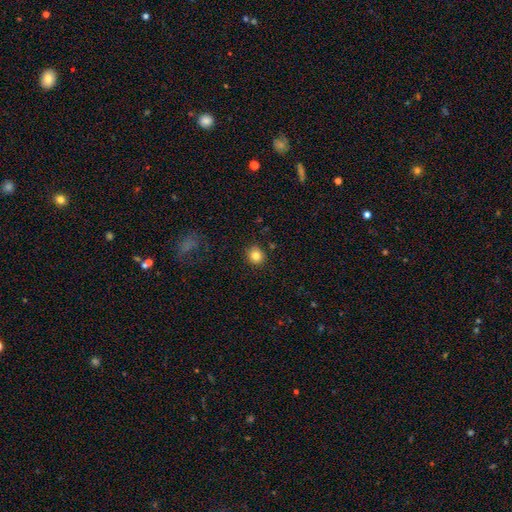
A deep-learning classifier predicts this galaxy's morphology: Smooth or featured? smooth (83%)
How rounded? round (87%)
Merging? none (89%)